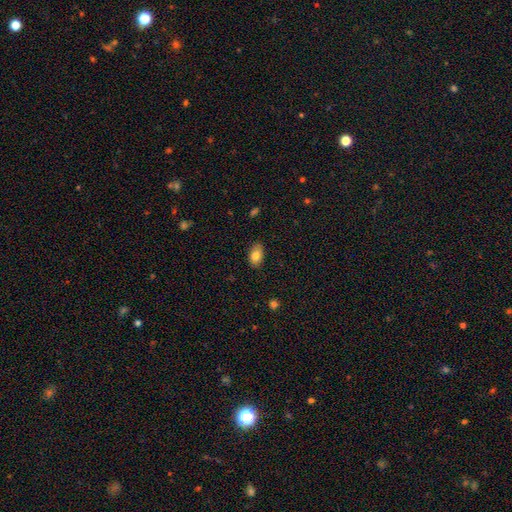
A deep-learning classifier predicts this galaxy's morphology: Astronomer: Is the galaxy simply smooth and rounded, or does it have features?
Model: smooth — 82%.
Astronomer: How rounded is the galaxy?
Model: in between — 90%.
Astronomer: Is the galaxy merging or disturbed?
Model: none — 84%.